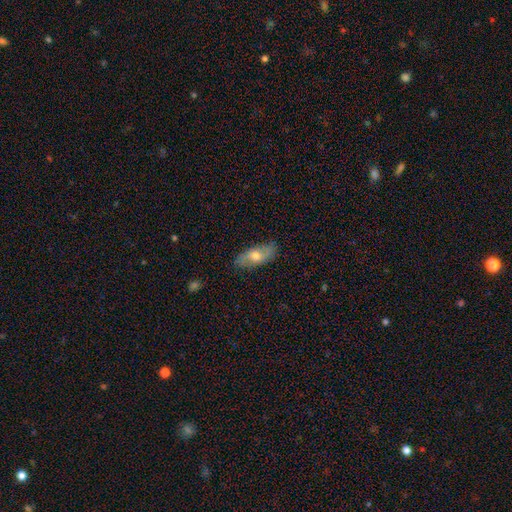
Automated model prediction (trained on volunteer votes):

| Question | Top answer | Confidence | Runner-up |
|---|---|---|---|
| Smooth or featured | smooth | 47% | tied: featured or disk (47%) |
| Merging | none | 82% | minor disturbance (13%) |